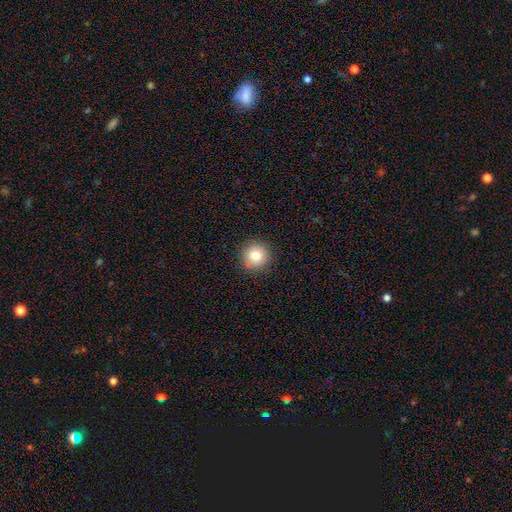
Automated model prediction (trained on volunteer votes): A smooth galaxy with no disk features (80%) that is round (94%).

Vote fractions:
- Smooth or featured? smooth: 80% / star or artifact: 11% / featured or disk: 9%
- How rounded? round: 94% / in between: 5% / cigar-shaped: 1%
- Merging? none: 90% / minor disturbance: 7% / major disturbance: 2% / merger: 1%